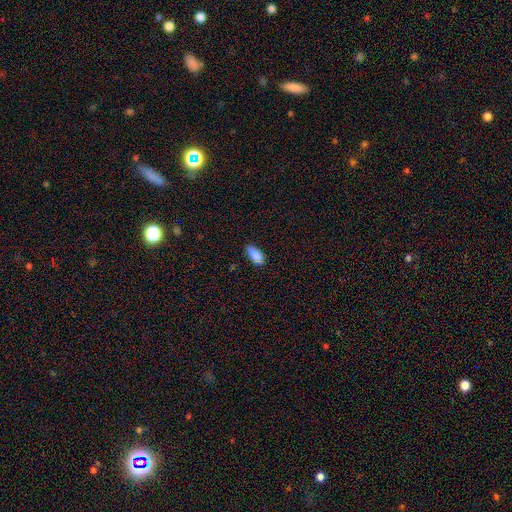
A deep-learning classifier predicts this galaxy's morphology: smooth 84%, star or artifact 9%, featured or disk 7%. Down the decision tree: how rounded — in between (81%); merging — none (61%).